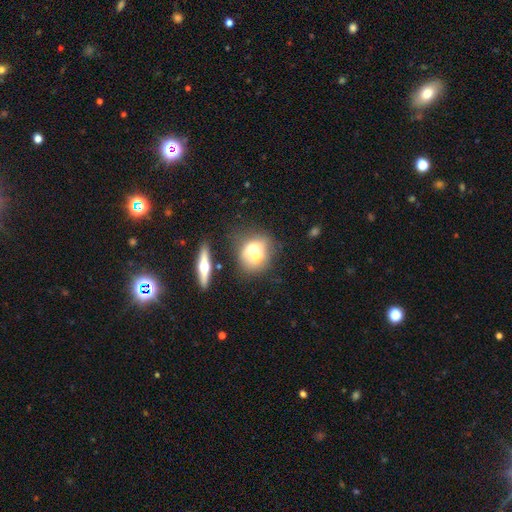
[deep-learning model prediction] smooth 57%, featured or disk 33%, star or artifact 10%. Down the decision tree: how rounded — round (66%); merging — merger (56%).